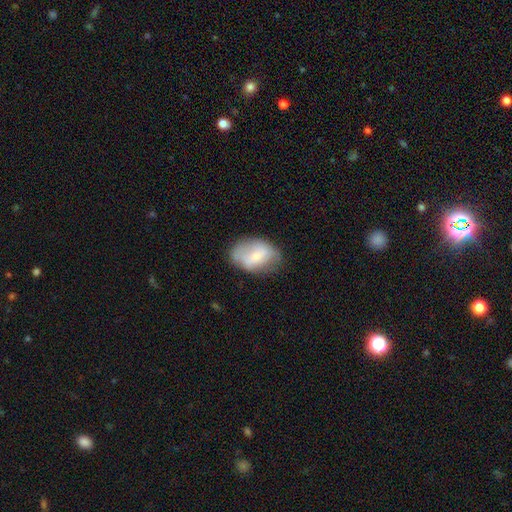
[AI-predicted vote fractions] Smooth or featured: smooth — 59% (featured or disk — 33%)
How rounded: in between — 77% (round — 22%)
Merging: none — 60% (minor disturbance — 28%)